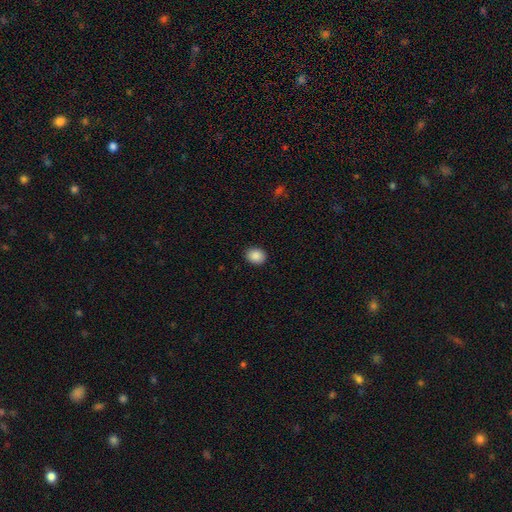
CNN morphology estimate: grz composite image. It shows a smooth galaxy with no disk features (89%) that is round (52%). Merging: none (91%).